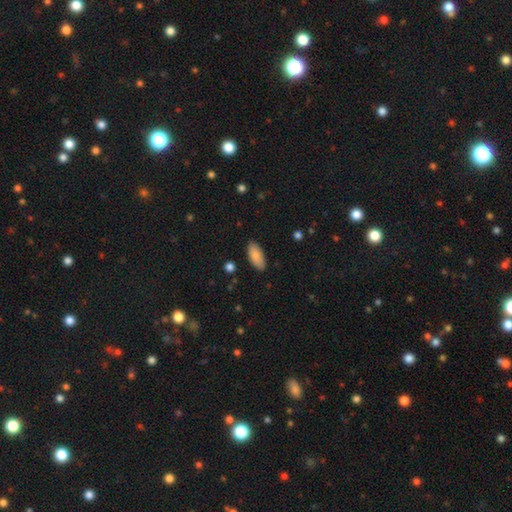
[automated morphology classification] smooth-or-featured: smooth: 86% | featured or disk: 8% | star or artifact: 6%
  how-rounded: in between: 87% | cigar-shaped: 11% | round: 2%
  merging: none: 88% | minor disturbance: 9% | major disturbance: 2% | merger: 1%